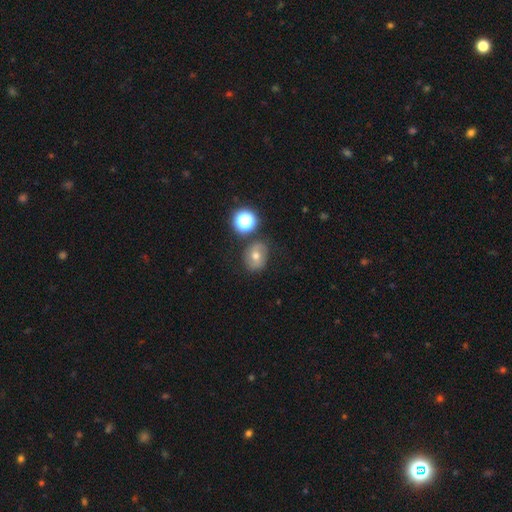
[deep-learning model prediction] The model was most divided on "smooth or featured": smooth: 48%, featured or disk: 34%, star or artifact: 18%. More confident: merging — none (75%).